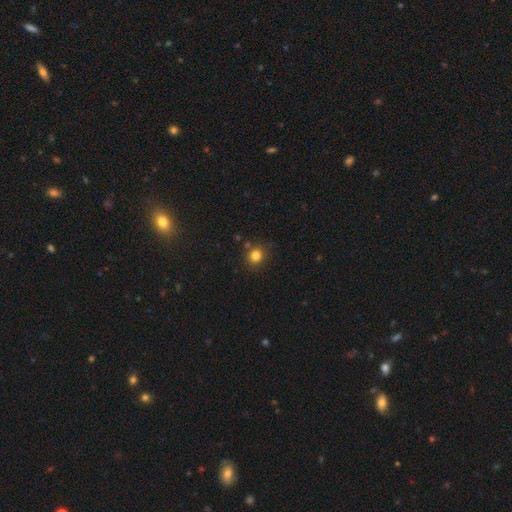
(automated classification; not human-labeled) This is clearly a smooth galaxy (82%). How rounded: clearly round (87%). Merging: clearly none (81%).